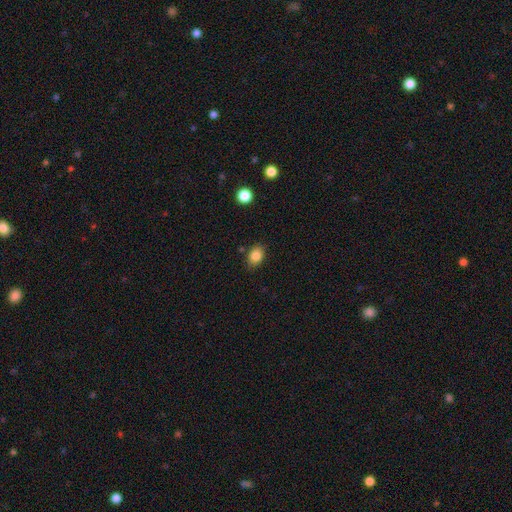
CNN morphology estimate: smooth 85%, star or artifact 9%, featured or disk 6%. Down the decision tree: how rounded — in between (73%); merging — none (81%).